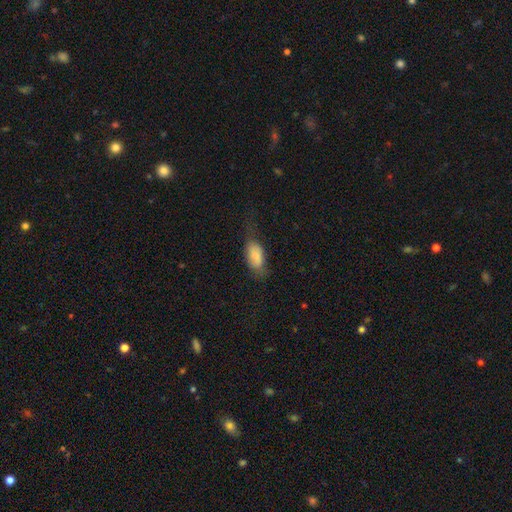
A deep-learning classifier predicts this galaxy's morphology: Q: Smooth or featured?
A: smooth (81%); runner-up: featured or disk (11%)
Q: How rounded?
A: in between (89%); runner-up: cigar-shaped (8%)
Q: Merging?
A: none (43%); runner-up: minor disturbance (32%)